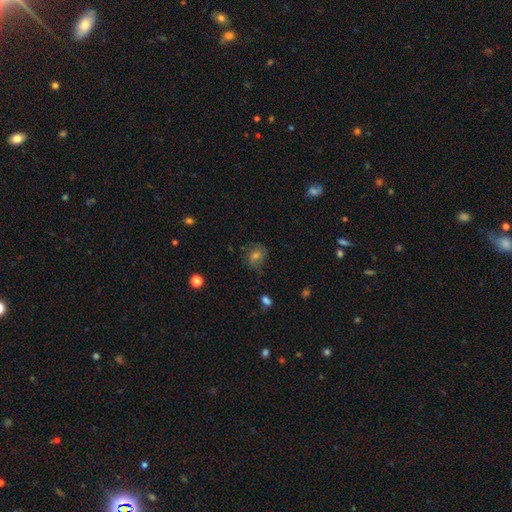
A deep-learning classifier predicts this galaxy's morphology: Smooth or featured?
  - smooth: 47% *
  - featured or disk: 29%
  - star or artifact: 25%
Merging?
  - none: 74% *
  - minor disturbance: 17%
  - major disturbance: 8%
  - merger: 2%